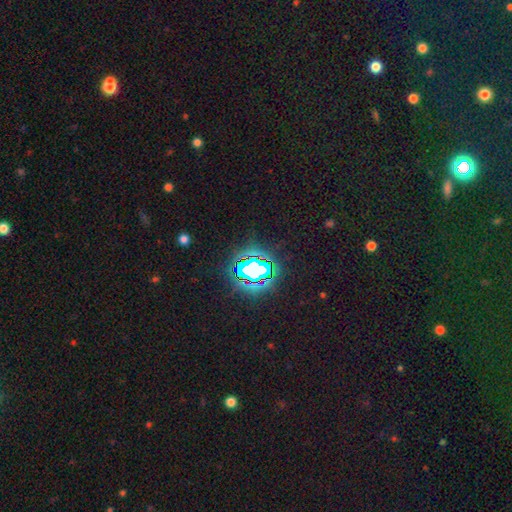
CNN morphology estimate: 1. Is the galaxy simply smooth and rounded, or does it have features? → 82% star or artifact, 11% smooth, 7% featured or disk.